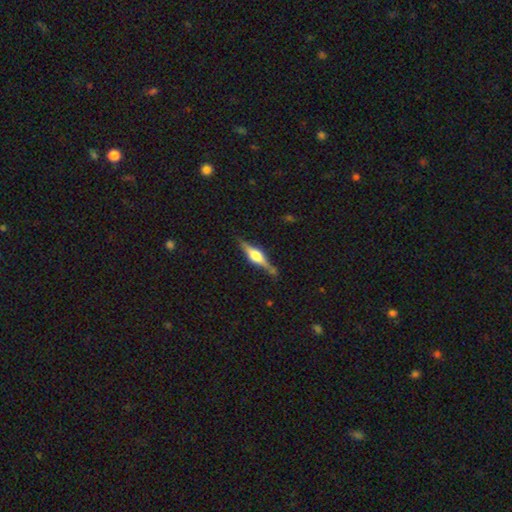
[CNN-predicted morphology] Smooth or featured? Predicted: featured or disk (p=0.76). Edge-on disk? Predicted: yes (p=0.97). Edge-on bulge? Predicted: rounded (p=0.89). Merging? Predicted: none (p=0.83).